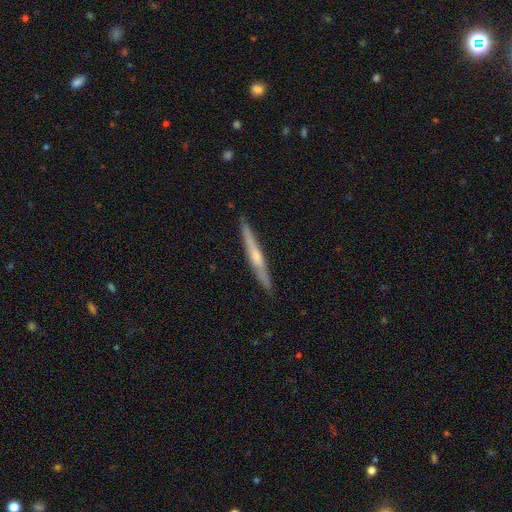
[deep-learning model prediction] Smooth or featured? Predicted: featured or disk (p=0.60). Edge-on disk? Predicted: yes (p=0.96). Edge-on bulge? Predicted: rounded (p=0.55). Merging? Predicted: none (p=0.89).